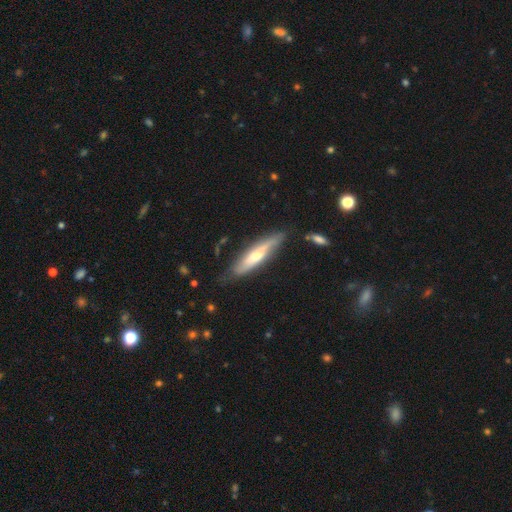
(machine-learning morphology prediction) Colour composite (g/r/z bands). It shows a featured or disk galaxy (57%) viewed edge-on (69%). Merging: none (72%).